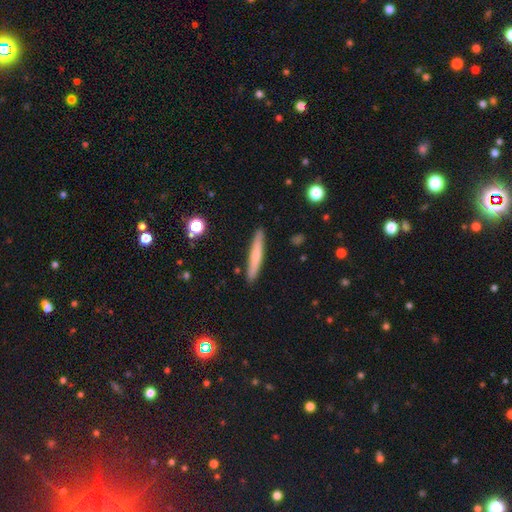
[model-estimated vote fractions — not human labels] smooth-or-featured: smooth: 62% | featured or disk: 31% | star or artifact: 7%
  how-rounded: cigar-shaped: 94% | in between: 4% | round: 1%
  merging: none: 90% | minor disturbance: 7% | major disturbance: 1% | merger: 1%